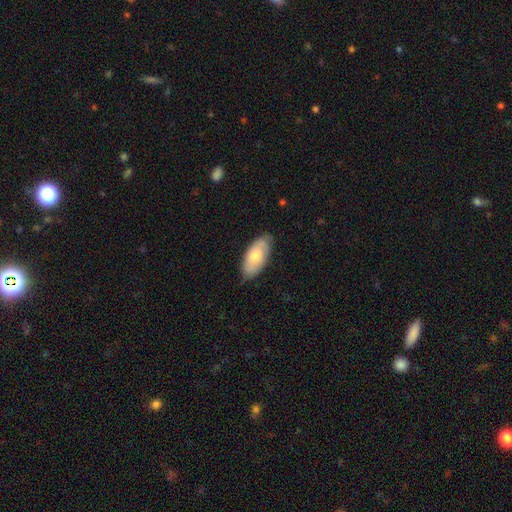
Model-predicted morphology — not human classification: A smooth galaxy with no disk features (69%) that is in between round and cigar-shaped (93%). Merging: none (72%).